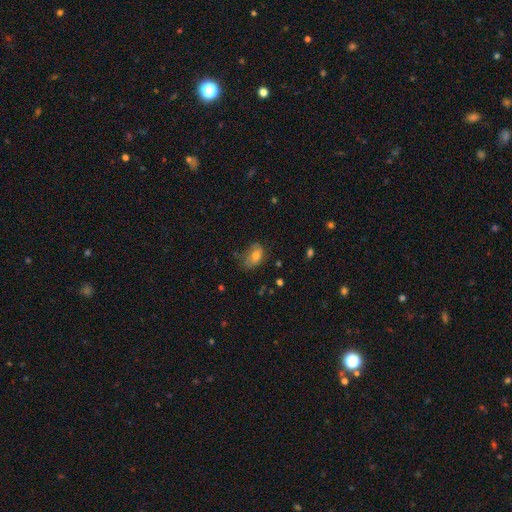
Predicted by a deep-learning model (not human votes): Smooth or featured: smooth — 69% (featured or disk — 21%)
How rounded: in between — 79% (round — 20%)
Merging: none — 43% (minor disturbance — 35%)